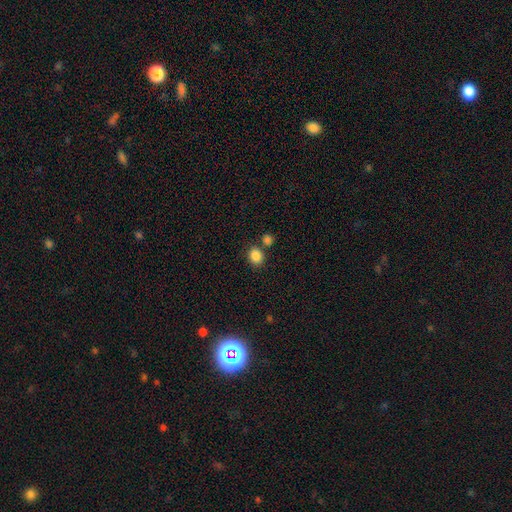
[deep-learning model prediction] Morphology: type=smooth (86%); roundness=round (58%); merging=none (71%).